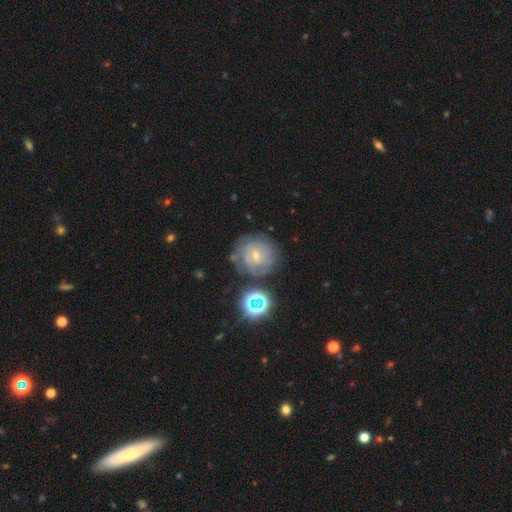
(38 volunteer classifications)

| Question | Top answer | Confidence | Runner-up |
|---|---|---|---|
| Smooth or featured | featured or disk | 66% | smooth (24%) |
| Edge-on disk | no | 96% | yes (4%) |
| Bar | weak | 58% | no (29%) |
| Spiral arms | yes | 71% | no (29%) |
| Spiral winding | tight | 65% | medium (35%) |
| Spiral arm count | can't tell | 47% | 3 (29%) |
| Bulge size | moderate | 54% | small (42%) |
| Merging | none | 53% | minor disturbance (35%) |